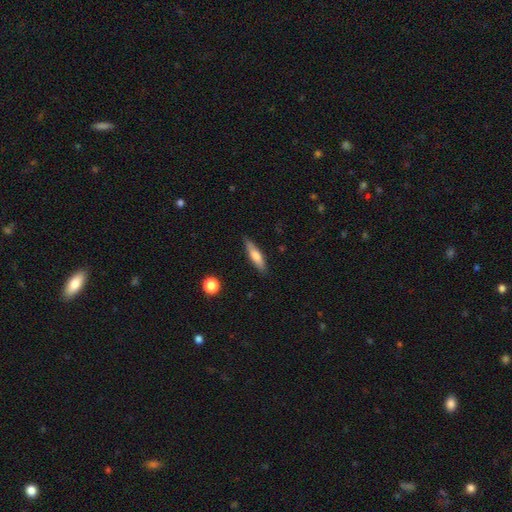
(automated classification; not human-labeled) Smooth or featured: smooth — 67% (featured or disk — 26%)
How rounded: cigar-shaped — 76% (in between — 22%)
Merging: none — 83% (minor disturbance — 13%)